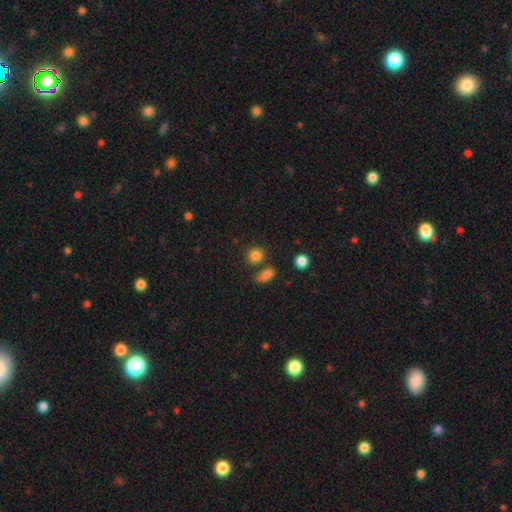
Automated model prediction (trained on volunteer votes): The model was most divided on "merging": none: 72%, merger: 13%, minor disturbance: 11%, major disturbance: 4%. More confident: smooth or featured — smooth (83%); how rounded — round (80%).